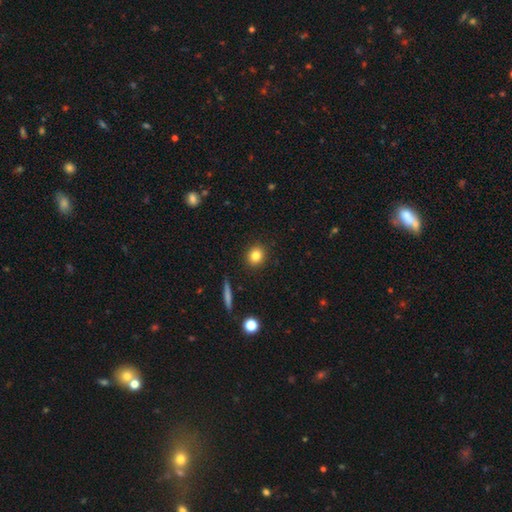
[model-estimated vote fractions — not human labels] A smooth galaxy with no disk features (82%) that is round (78%). Merging: none (91%).